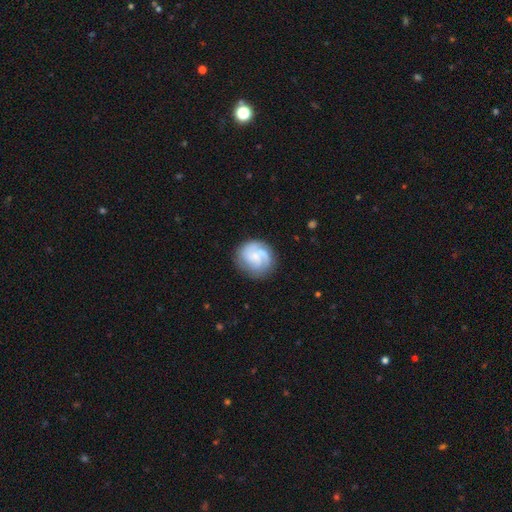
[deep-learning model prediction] The model was most divided on "spiral winding": tight: 50%, medium: 37%, loose: 13%. Remaining: edge-on disk — no (98%); spiral arms — yes (94%); merging — none (76%); smooth or featured — featured or disk (69%); bar — no (67%); bulge size — small (59%); spiral arm count — 3 (41%).